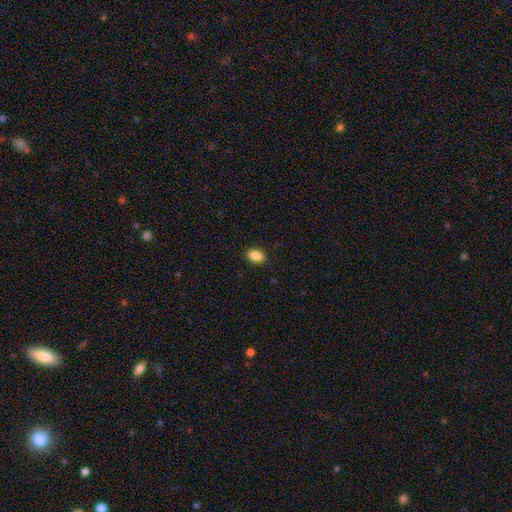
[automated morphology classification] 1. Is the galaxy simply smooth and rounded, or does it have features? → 88% smooth, 9% star or artifact, 4% featured or disk.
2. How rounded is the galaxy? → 81% in between, 18% round, 1% cigar-shaped.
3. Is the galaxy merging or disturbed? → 89% none, 8% minor disturbance, 2% major disturbance, 1% merger.